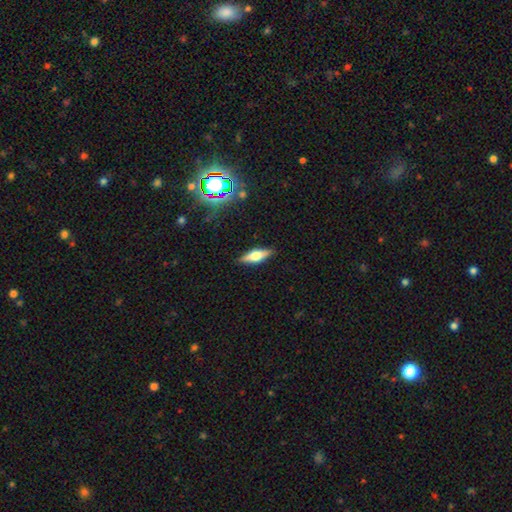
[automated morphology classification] Smooth or featured? Predicted: featured or disk (p=0.50). Edge-on disk? Predicted: yes (p=0.93). Merging? Predicted: none (p=0.88).